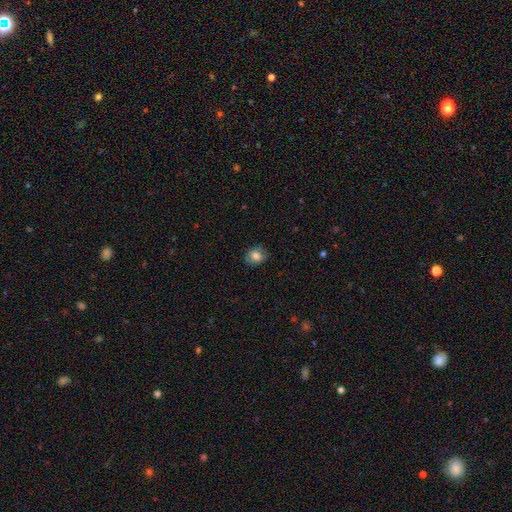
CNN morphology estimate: Smooth or featured? smooth (77%)
How rounded? round (61%)
Merging? none (81%)